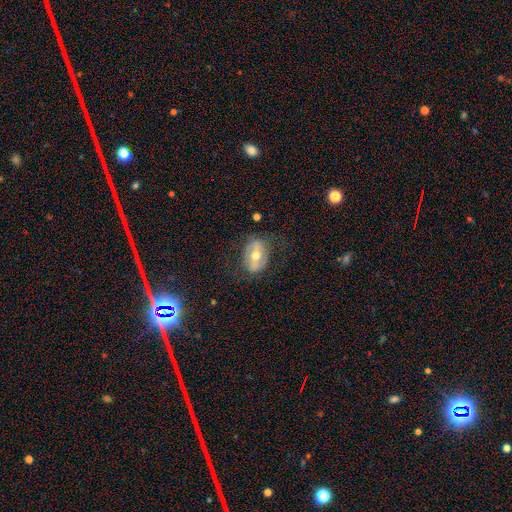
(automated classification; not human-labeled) Smooth or featured? Predicted: featured or disk (p=0.59). Edge-on disk? Predicted: no (p=0.89). Bar? Predicted: strong (p=0.49). Spiral arms? Predicted: no (p=0.58). Bulge size? Predicted: moderate (p=0.72). Merging? Predicted: none (p=0.69).